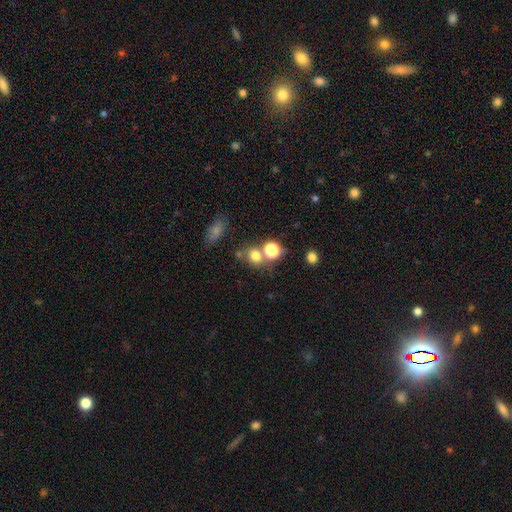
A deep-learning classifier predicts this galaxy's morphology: smooth 71%, star or artifact 20%, featured or disk 9%. Down the decision tree: how rounded — round (75%); merging — none (56%).